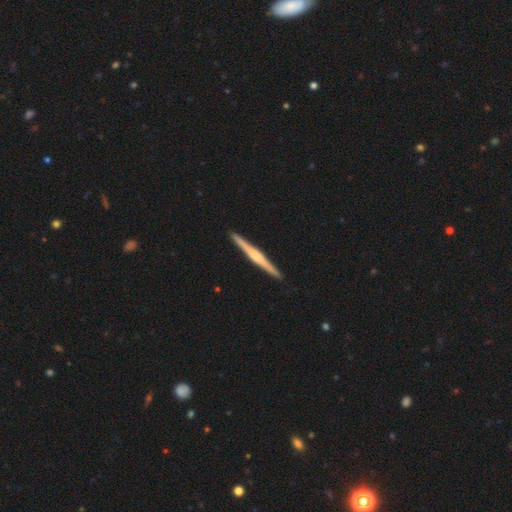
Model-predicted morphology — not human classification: smooth-or-featured: featured or disk: 72% | smooth: 23% | star or artifact: 5%
  disk-edge-on: yes: 99% | no: 1%
    edge-on-bulge: rounded: 61% | none: 20% | boxy: 20%
  merging: none: 93% | minor disturbance: 5% | major disturbance: 1% | merger: 1%